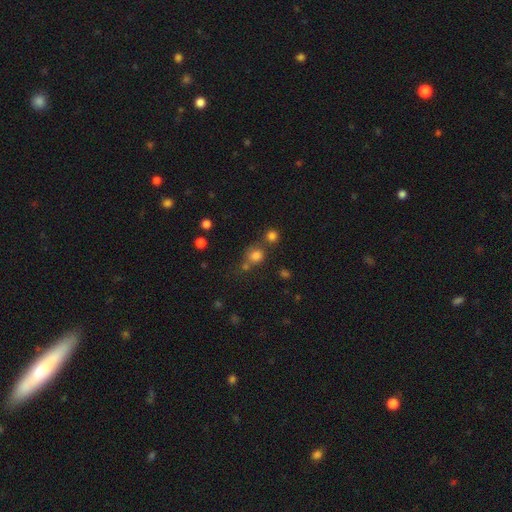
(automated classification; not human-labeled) A smooth galaxy with no disk features (77%) that is round (83%).

Vote fractions:
- Smooth or featured? smooth: 77% / star or artifact: 16% / featured or disk: 7%
- How rounded? round: 83% / in between: 16% / cigar-shaped: 1%
- Merging? none: 56% / merger: 25% / minor disturbance: 12% / major disturbance: 6%